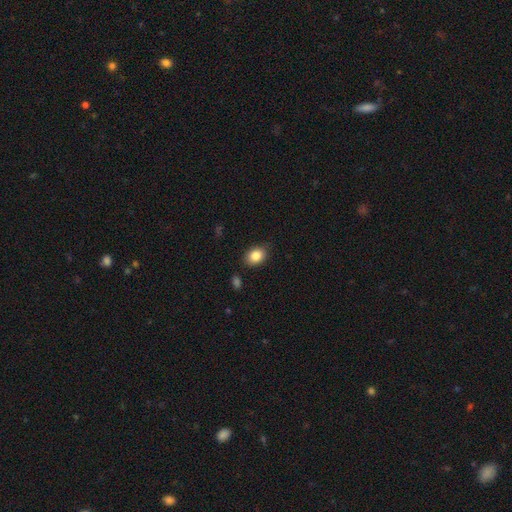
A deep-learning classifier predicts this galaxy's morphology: Smooth or featured?
  - smooth: 85% *
  - star or artifact: 8%
  - featured or disk: 6%
How rounded?
  - in between: 69% *
  - round: 30%
  - cigar-shaped: 1%
Merging?
  - none: 82% *
  - minor disturbance: 13%
  - major disturbance: 3%
  - merger: 2%